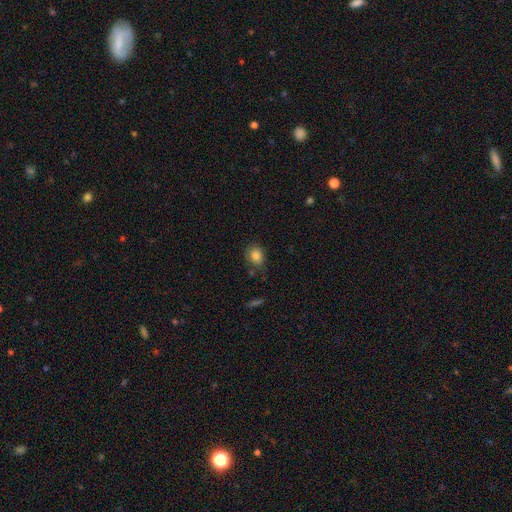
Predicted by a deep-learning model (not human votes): Smooth or featured: smooth — 84% (star or artifact — 10%)
How rounded: round — 50% (in between — 49%)
Merging: none — 75% (minor disturbance — 17%)